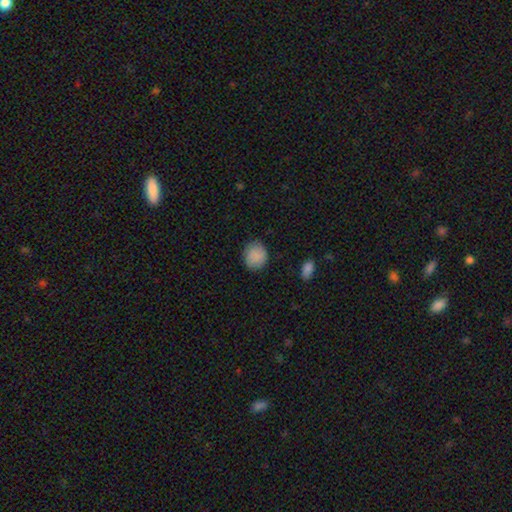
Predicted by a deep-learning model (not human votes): This is clearly a smooth galaxy (88%). How rounded: likely round (76%). Merging: clearly none (85%).